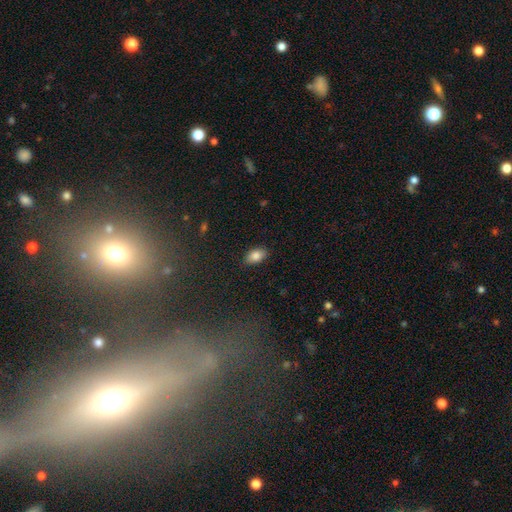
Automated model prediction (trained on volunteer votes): The model was most divided on "merging": none: 85%, minor disturbance: 11%, major disturbance: 2%, merger: 1%. More confident: how rounded — in between (90%); smooth or featured — smooth (85%).